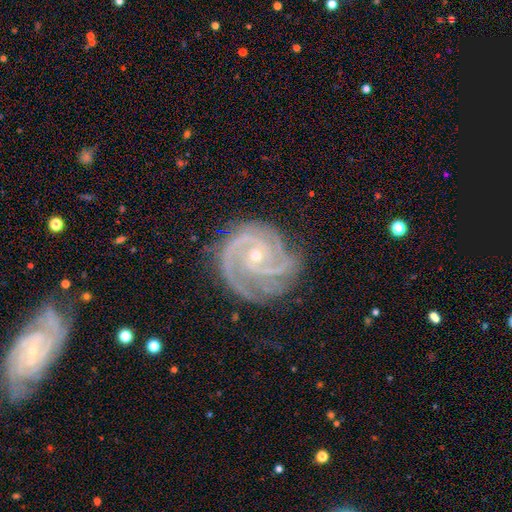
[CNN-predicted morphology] Smooth or featured?
  - featured or disk: 92% *
  - star or artifact: 5%
  - smooth: 3%
Edge-on disk?
  - no: 98% *
  - yes: 2%
Bar?
  - no: 69% *
  - weak: 23%
  - strong: 8%
Spiral arms?
  - yes: 99% *
  - no: 1%
Spiral winding?
  - tight: 68% *
  - medium: 28%
  - loose: 3%
Spiral arm count?
  - 3: 48% *
  - 2: 23%
  - 4: 10%
  - can't tell: 9%
  - more than 4: 5%
  - 1: 5%
Bulge size?
  - small: 70% *
  - moderate: 28%
  - none: 1%
  - large: 1%
  - dominant: 1%
Merging?
  - none: 74% *
  - minor disturbance: 18%
  - major disturbance: 7%
  - merger: 1%